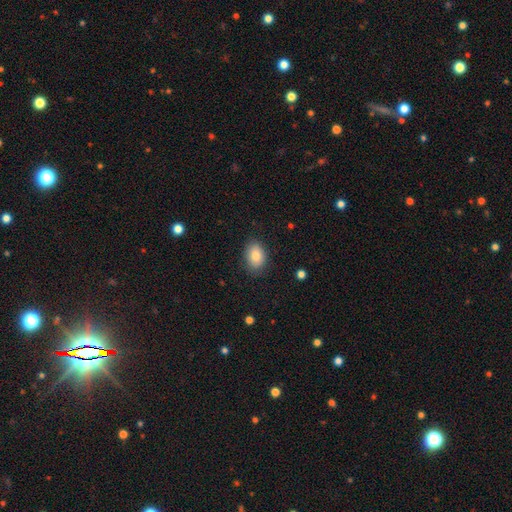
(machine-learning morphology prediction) This appears to be a smooth galaxy with no disk features (84%) that is in between round and cigar-shaped (79%). Merging: none (84%).